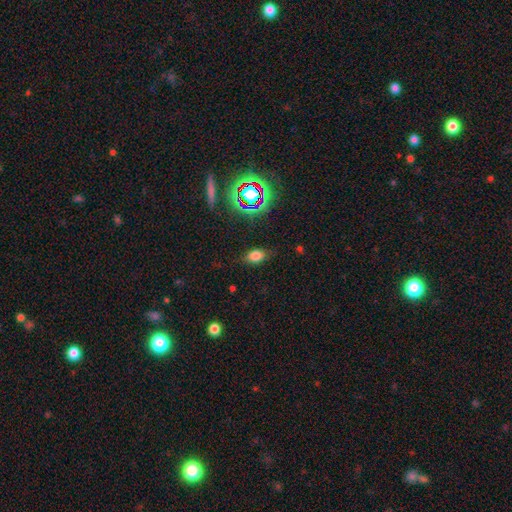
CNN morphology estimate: Smooth or featured? Predicted: smooth (p=0.74). How rounded? Predicted: in between (p=0.83). Merging? Predicted: none (p=0.79).